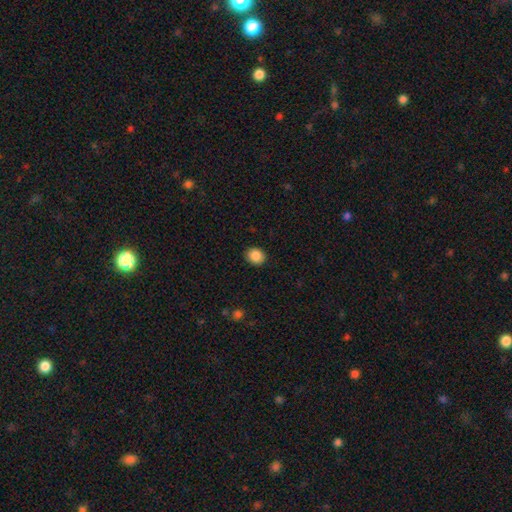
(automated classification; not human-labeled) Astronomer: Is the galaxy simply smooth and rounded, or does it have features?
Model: smooth — 87%.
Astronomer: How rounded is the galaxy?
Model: round — 70%.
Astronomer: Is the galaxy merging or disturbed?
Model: none — 90%.